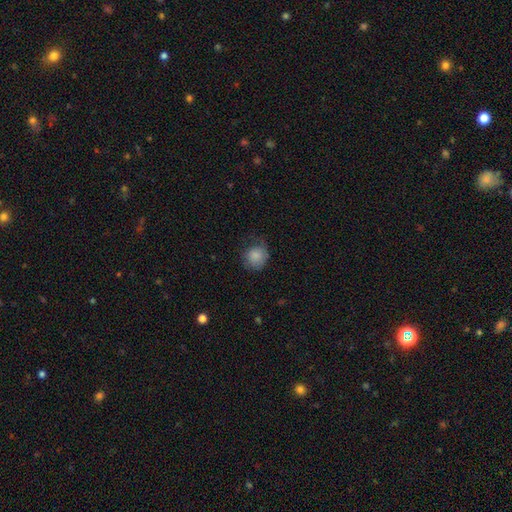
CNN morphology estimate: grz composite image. It shows a smooth galaxy with no disk features (84%) that is round (81%). Merging: none (58%).